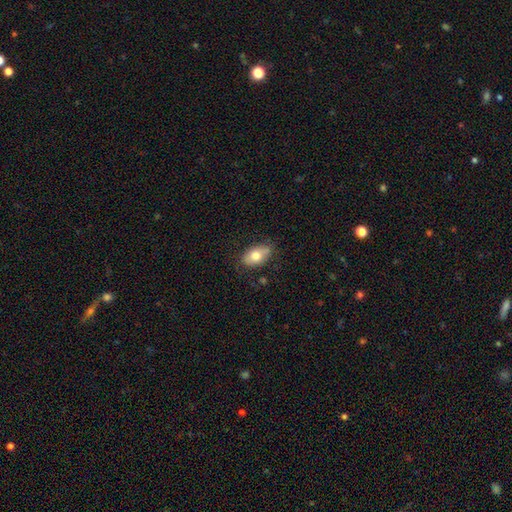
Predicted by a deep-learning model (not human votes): Smooth or featured: smooth — 72% (featured or disk — 20%)
How rounded: in between — 89% (round — 8%)
Merging: none — 76% (minor disturbance — 18%)